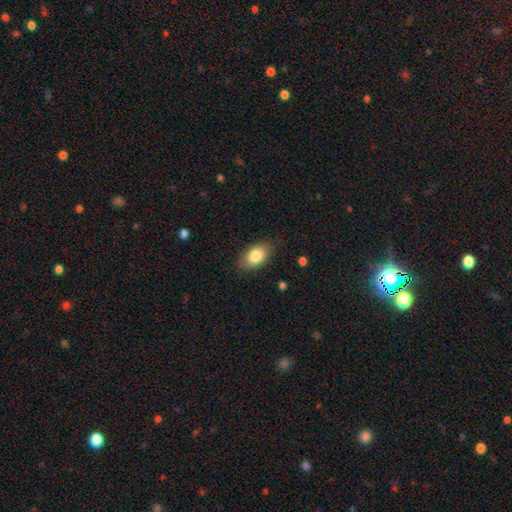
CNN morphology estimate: A smooth galaxy with no disk features (82%) that is in between round and cigar-shaped (91%). Merging: none (83%).